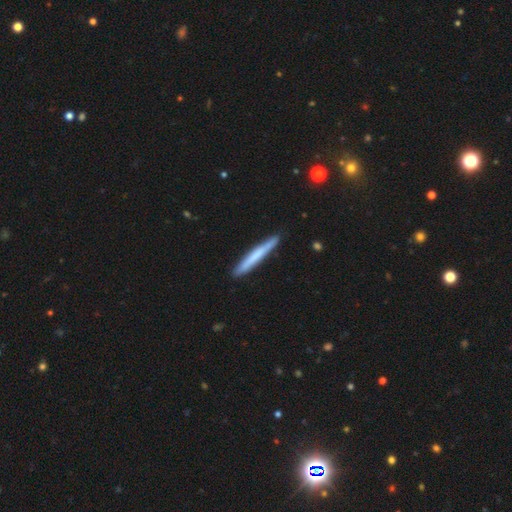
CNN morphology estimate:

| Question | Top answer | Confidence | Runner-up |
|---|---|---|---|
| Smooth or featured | smooth | 62% | featured or disk (33%) |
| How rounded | cigar-shaped | 97% | in between (2%) |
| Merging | none | 89% | minor disturbance (8%) |